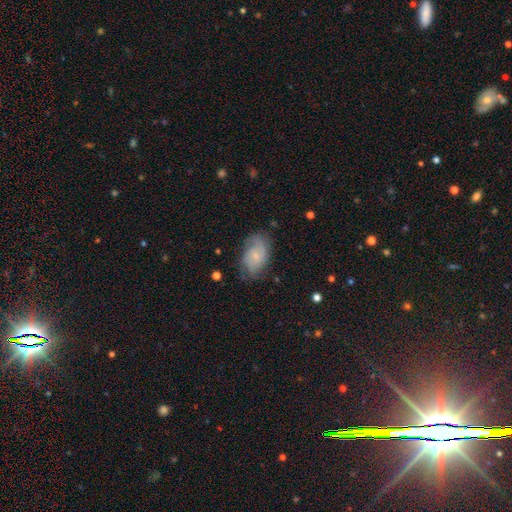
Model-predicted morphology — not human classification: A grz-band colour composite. It shows a featured or disk galaxy (50%). Merging: none (69%).